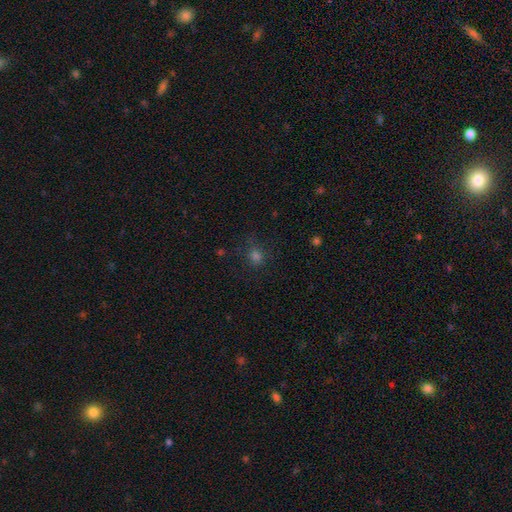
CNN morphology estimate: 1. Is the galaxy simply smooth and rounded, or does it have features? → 64% smooth, 29% star or artifact, 6% featured or disk.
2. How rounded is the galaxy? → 84% round, 15% in between, 1% cigar-shaped.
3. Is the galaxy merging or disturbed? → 78% none, 13% minor disturbance, 7% major disturbance, 2% merger.